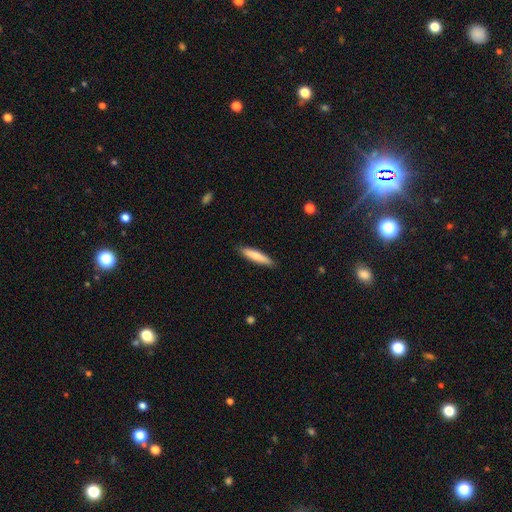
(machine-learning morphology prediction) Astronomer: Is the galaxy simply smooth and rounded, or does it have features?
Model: smooth — 78%.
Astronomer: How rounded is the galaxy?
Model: cigar-shaped — 86%.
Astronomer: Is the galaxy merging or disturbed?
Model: none — 88%.